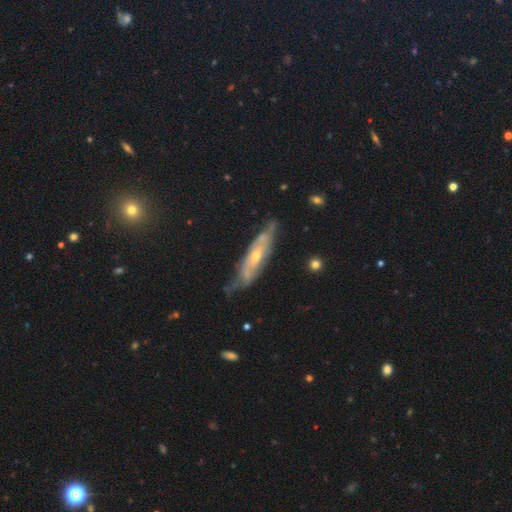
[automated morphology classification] Q: Smooth or featured?
A: featured or disk (74%); runner-up: smooth (19%)
Q: Edge-on disk?
A: no (59%); runner-up: yes (41%)
Q: Merging?
A: none (61%); runner-up: minor disturbance (27%)